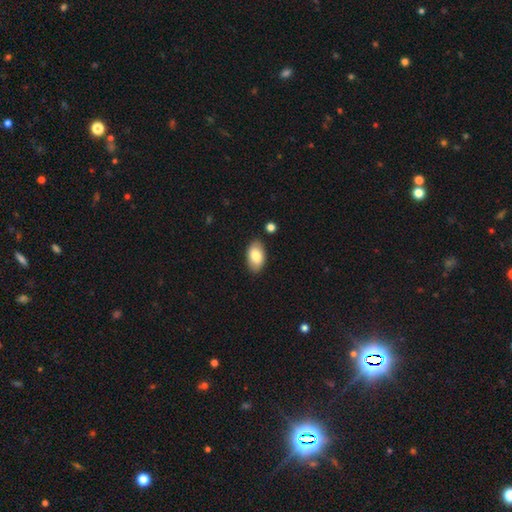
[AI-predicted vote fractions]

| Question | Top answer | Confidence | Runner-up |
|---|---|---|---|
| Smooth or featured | smooth | 82% | featured or disk (11%) |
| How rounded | in between | 94% | round (5%) |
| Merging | none | 85% | minor disturbance (10%) |